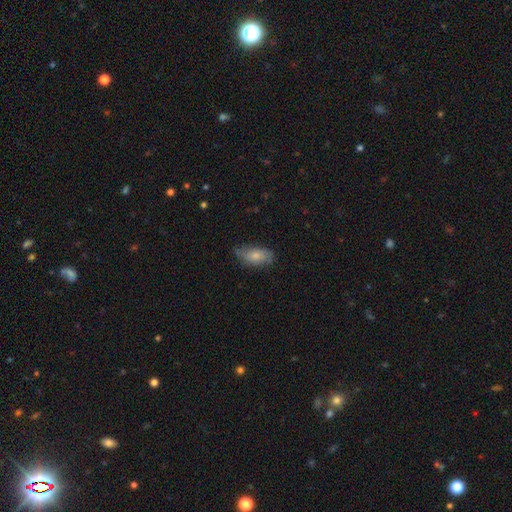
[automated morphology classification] This is likely a smooth galaxy (71%). How rounded: clearly in between (90%). Merging: likely none (63%).